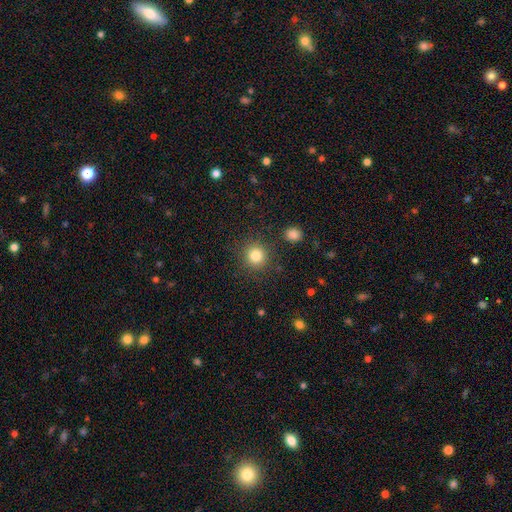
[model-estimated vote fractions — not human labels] A smooth galaxy with no disk features (83%) that is round (93%). Merging: none (88%).